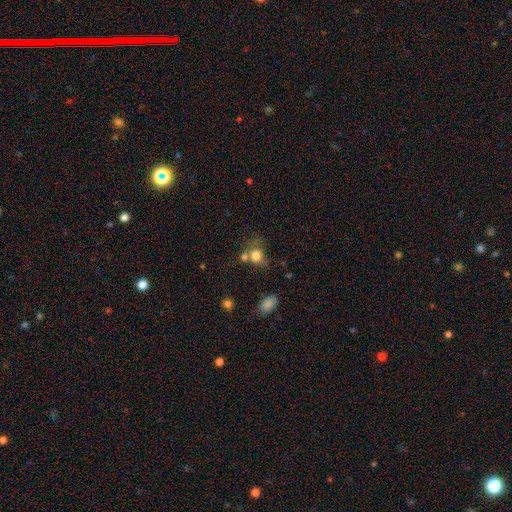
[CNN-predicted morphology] smooth 78%, star or artifact 12%, featured or disk 11%. Down the decision tree: how rounded — round (70%); merging — none (42%).